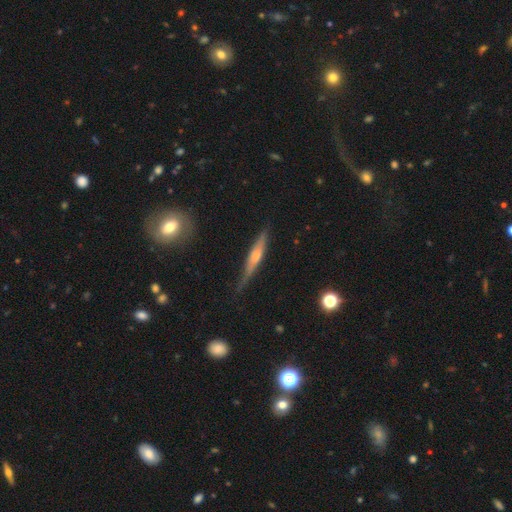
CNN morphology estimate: Smooth or featured? featured or disk (60%)
Edge-on disk? yes (94%)
Edge-on bulge? rounded (68%)
Merging? none (74%)